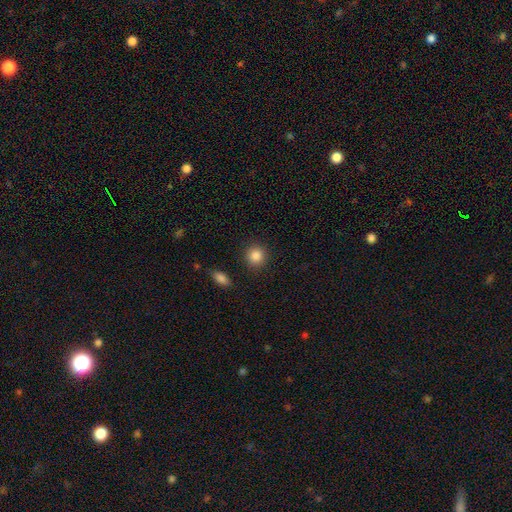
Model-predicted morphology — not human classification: smooth_or_featured: smooth (p=0.86) [alt: star or artifact p=0.09]
how_rounded: round (p=0.89) [alt: in between p=0.10]
merging: none (p=0.90) [alt: minor disturbance p=0.06]